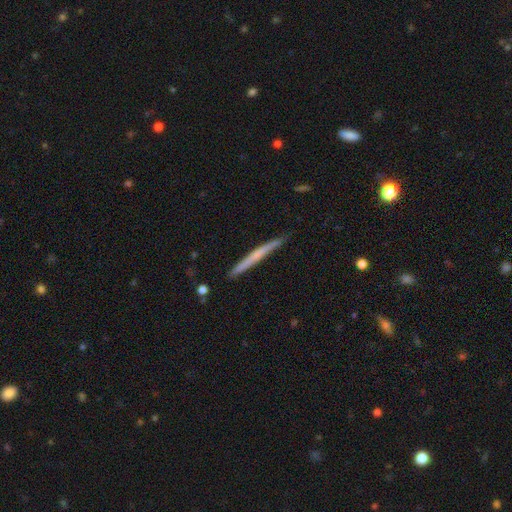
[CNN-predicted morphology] smooth-or-featured: featured or disk: 49% | smooth: 45% | star or artifact: 6%
  merging: none: 88% | minor disturbance: 10% | major disturbance: 1% | merger: 1%